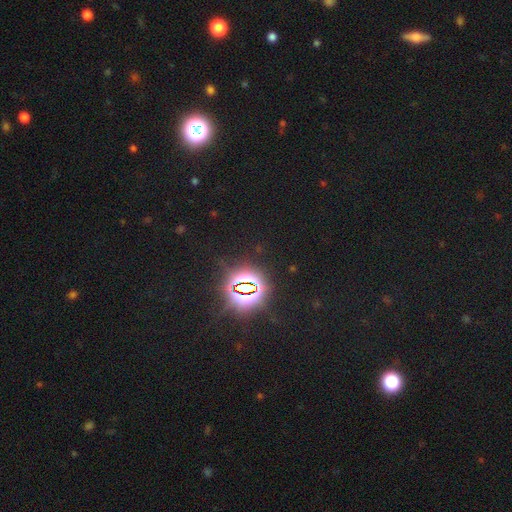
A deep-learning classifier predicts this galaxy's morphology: smooth_or_featured: star or artifact (p=0.81) [alt: smooth p=0.13]